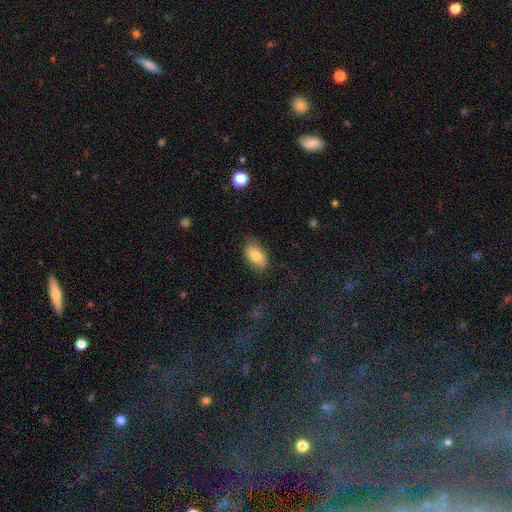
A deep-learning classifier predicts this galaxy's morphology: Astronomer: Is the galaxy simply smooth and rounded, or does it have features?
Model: smooth — 79%.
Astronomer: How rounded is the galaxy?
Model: in between — 91%.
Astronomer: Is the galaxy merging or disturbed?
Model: none — 81%.